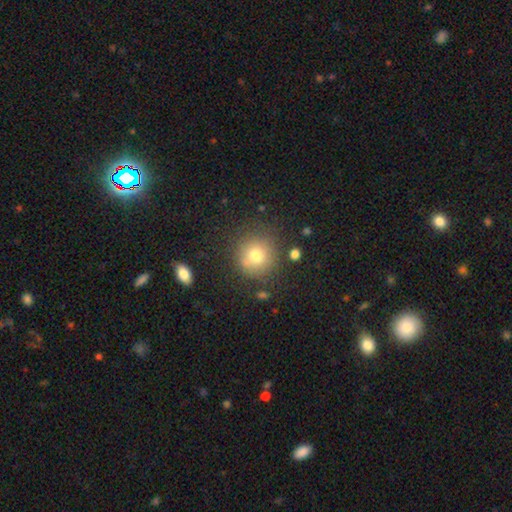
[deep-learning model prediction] A smooth galaxy with no disk features (74%) that is round (92%). Merging: none (78%).